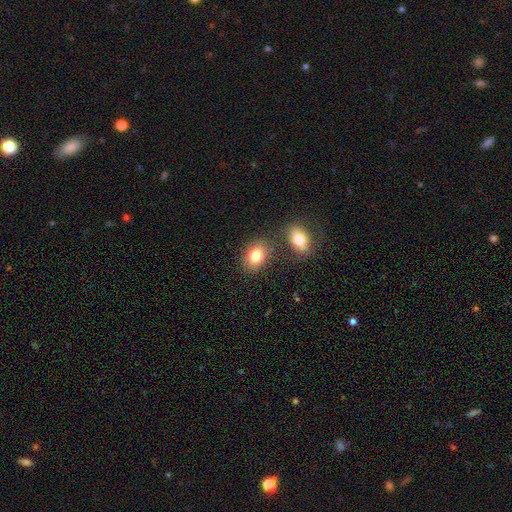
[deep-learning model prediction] Smooth or featured? Predicted: smooth (p=0.82). How rounded? Predicted: in between (p=0.71). Merging? Predicted: none (p=0.72).